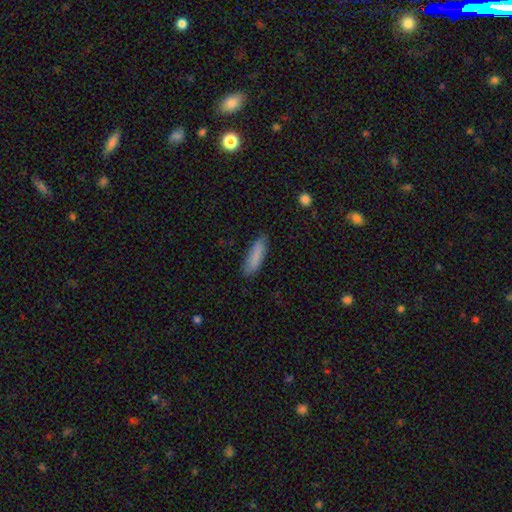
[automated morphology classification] This appears to be a smooth galaxy with no disk features (85%) that is cigar-shaped (64%). Merging: none (81%).